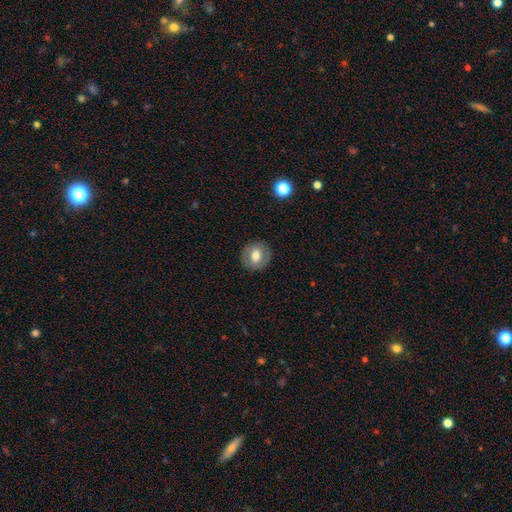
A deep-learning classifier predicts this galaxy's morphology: Overall: smooth (61%; featured or disk 31%). How rounded: round (86%). Merging: none (87%).